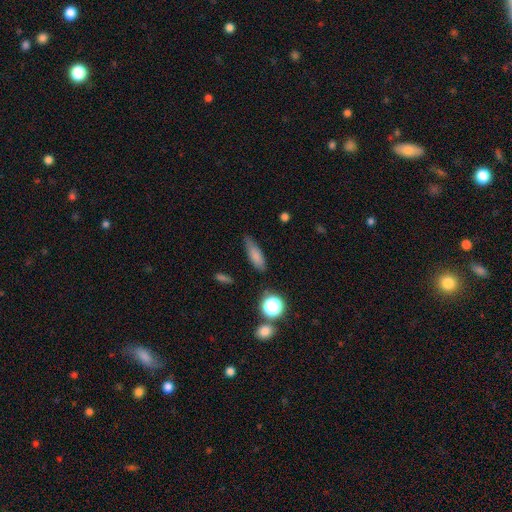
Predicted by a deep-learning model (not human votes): Smooth or featured: smooth — 78% (featured or disk — 12%)
How rounded: in between — 48% (cigar-shaped — 47%)
Merging: none — 73% (minor disturbance — 20%)